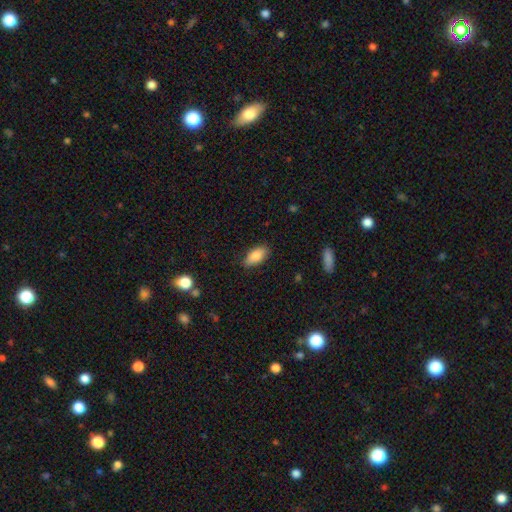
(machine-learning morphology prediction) smooth 84%, featured or disk 9%, star or artifact 7%. Down the decision tree: how rounded — in between (88%); merging — none (83%).